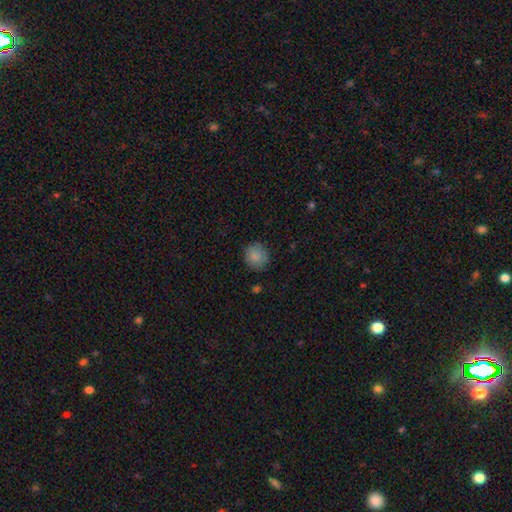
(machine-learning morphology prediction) type=smooth (86%); roundness=round (88%); merging=none (84%).